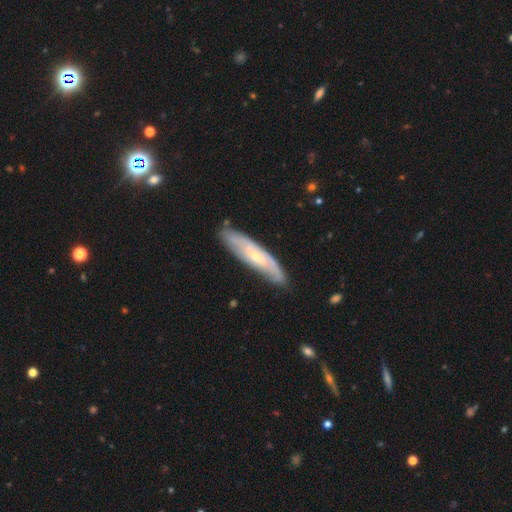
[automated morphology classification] A featured or disk galaxy (66%).

Vote fractions:
- Smooth or featured? featured or disk: 66% / smooth: 29% / star or artifact: 6%
- Edge-on disk? no: 65% / yes: 35%
- Merging? none: 81% / minor disturbance: 15% / major disturbance: 3% / merger: 2%